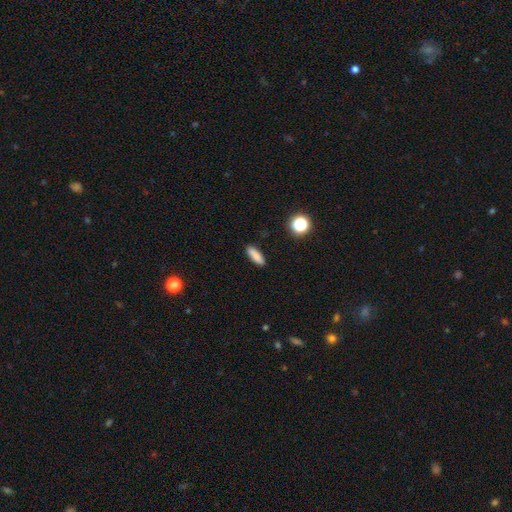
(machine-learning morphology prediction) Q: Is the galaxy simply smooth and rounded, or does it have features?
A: smooth — 84%.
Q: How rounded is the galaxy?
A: cigar-shaped — 49%.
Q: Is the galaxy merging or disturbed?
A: none — 88%.